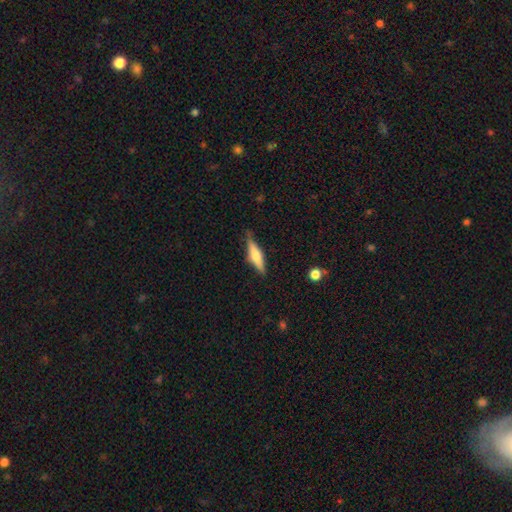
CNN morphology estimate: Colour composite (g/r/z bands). It shows a smooth galaxy with no disk features (48%). Merging: none (81%).